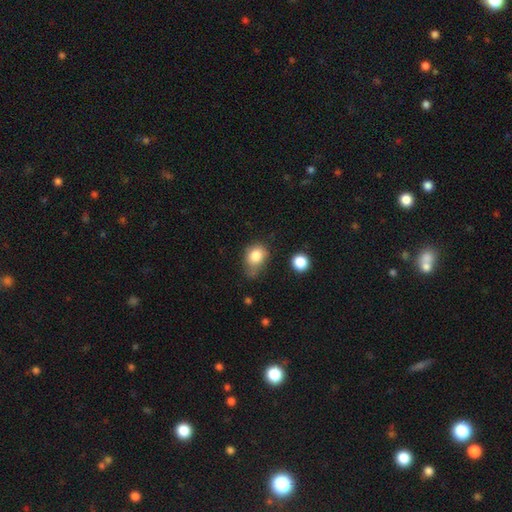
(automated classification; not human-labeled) This appears to be a smooth galaxy with no disk features (82%) that is in between round and cigar-shaped (50%). Merging: none (42%).